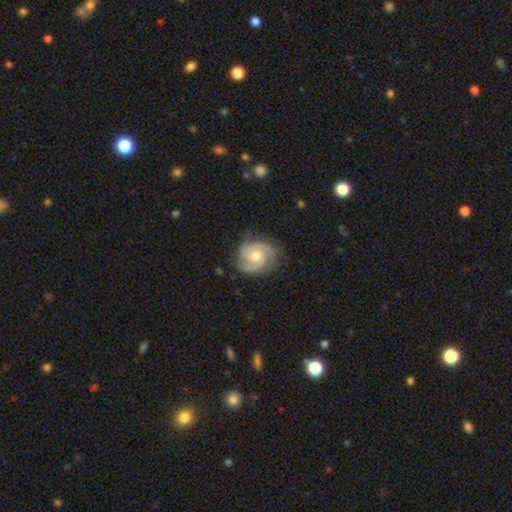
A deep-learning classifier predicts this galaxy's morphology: Overall: featured or disk (84%). Edge-on disk: no (98%). Bar: no (68%). Spiral arms: yes (97%). Spiral arm count: 2 (51%; 3 31%). Spiral winding: tight (51%; medium 41%). Bulge size: moderate (67%; small 27%). Merging: none (76%).